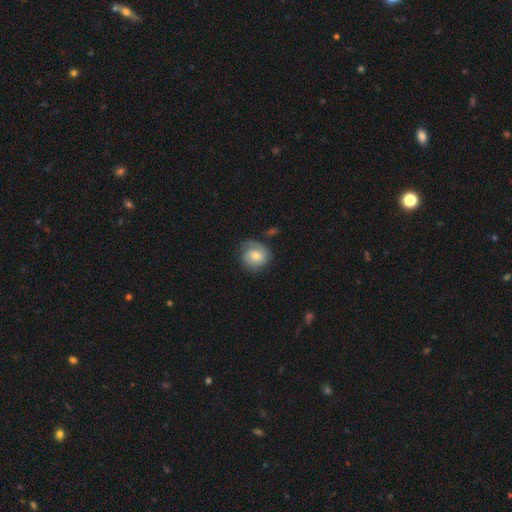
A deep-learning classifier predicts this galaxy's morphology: smooth_or_featured: smooth (p=0.61) [alt: featured or disk p=0.32]
how_rounded: round (p=0.82) [alt: in between p=0.17]
merging: none (p=0.64) [alt: minor disturbance p=0.24]